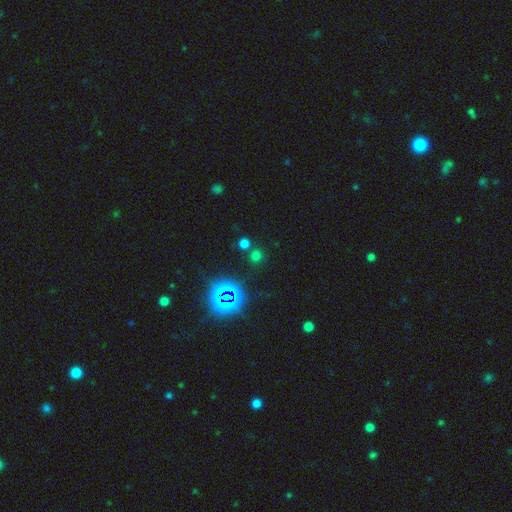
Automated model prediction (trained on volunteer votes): A smooth galaxy with no disk features (55%) that is round (89%).

Vote fractions:
- Smooth or featured? smooth: 55% / star or artifact: 38% / featured or disk: 6%
- How rounded? round: 89% / in between: 10% / cigar-shaped: 1%
- Merging? none: 72% / merger: 17% / minor disturbance: 7% / major disturbance: 3%